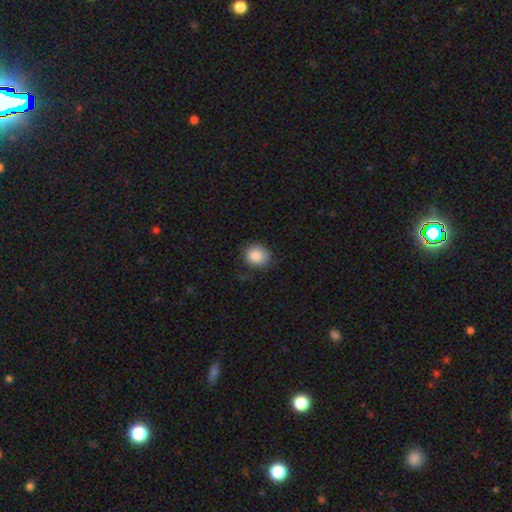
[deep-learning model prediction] smooth-or-featured: smooth: 86% | star or artifact: 8% | featured or disk: 5%
  how-rounded: round: 78% | in between: 21% | cigar-shaped: 1%
  merging: none: 76% | minor disturbance: 18% | major disturbance: 4% | merger: 1%